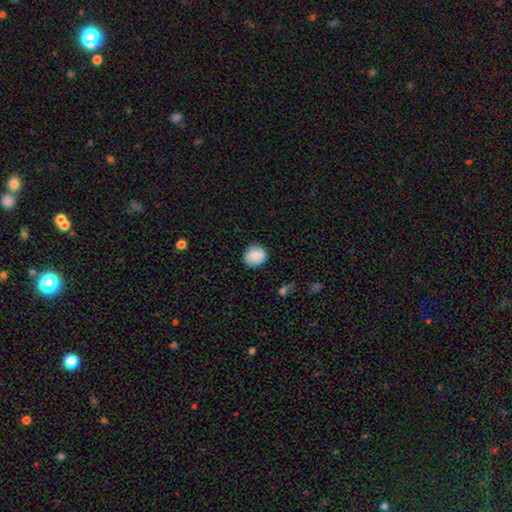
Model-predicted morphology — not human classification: smooth-or-featured: smooth: 79% | featured or disk: 13% | star or artifact: 8%
  how-rounded: round: 87% | in between: 12% | cigar-shaped: 1%
  merging: none: 84% | minor disturbance: 12% | major disturbance: 3% | merger: 1%